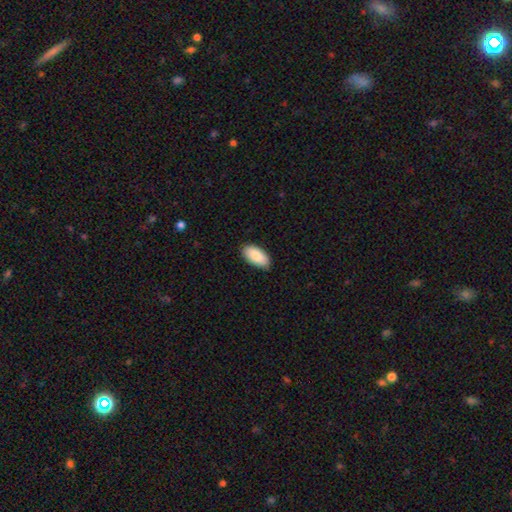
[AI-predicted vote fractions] smooth-or-featured: smooth: 86% | featured or disk: 8% | star or artifact: 6%
  how-rounded: in between: 95% | cigar-shaped: 3% | round: 2%
  merging: none: 85% | minor disturbance: 12% | major disturbance: 2% | merger: 1%